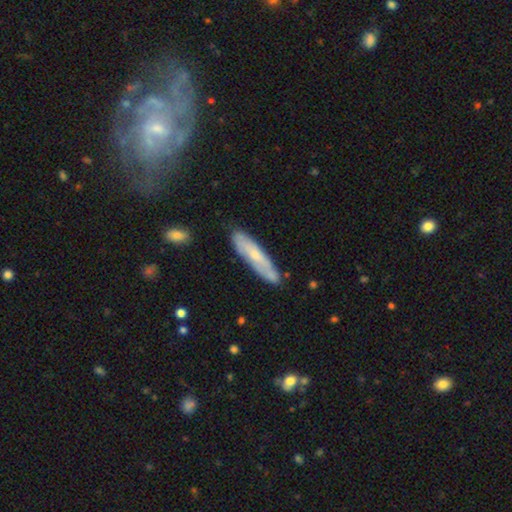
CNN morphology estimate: Smooth or featured? Predicted: smooth (p=0.48). Merging? Predicted: none (p=0.78).